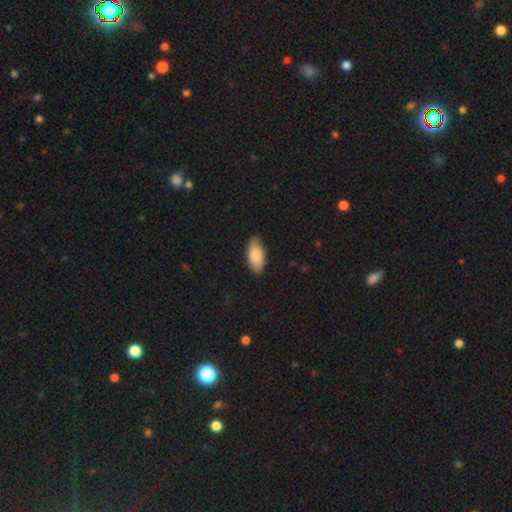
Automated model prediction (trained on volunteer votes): smooth_or_featured: smooth (p=0.83) [alt: featured or disk p=0.12]
how_rounded: in between (p=0.91) [alt: cigar-shaped p=0.07]
merging: none (p=0.82) [alt: minor disturbance p=0.14]